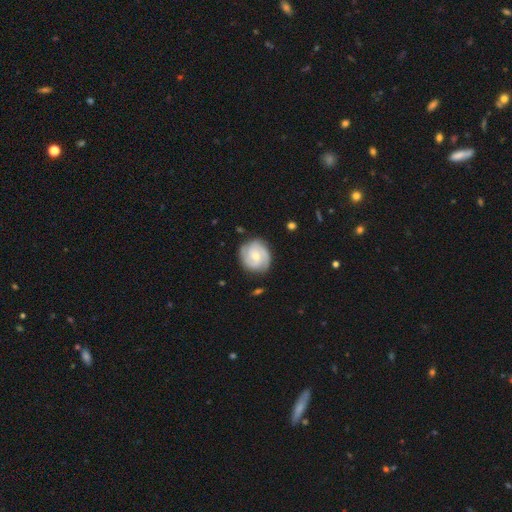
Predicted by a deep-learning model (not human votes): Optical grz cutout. It shows a featured or disk galaxy (74%) with no bar (62%), 3 (35%) tight (58%) spiral arms (95%) and a small central bulge (49%). Merging: none (80%).